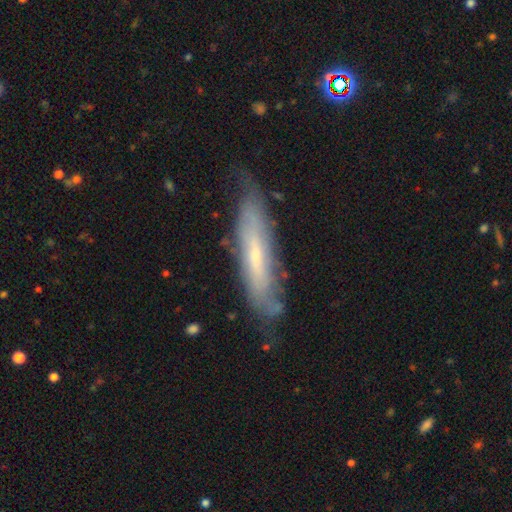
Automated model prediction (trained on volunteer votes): Overall: featured or disk (60%; smooth 33%). Edge-on disk: yes (54%; no 46%). Merging: none (67%).